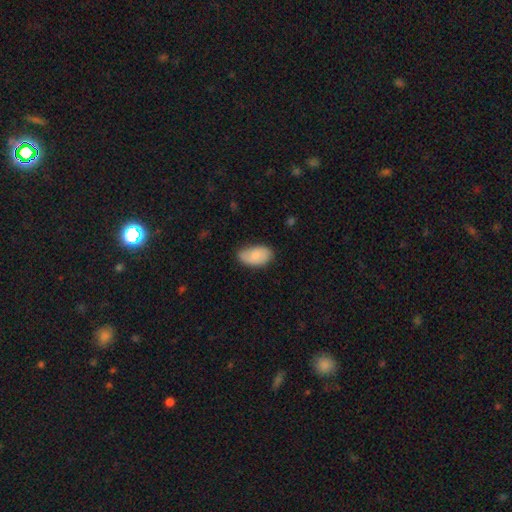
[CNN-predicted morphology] Q: Smooth or featured?
A: smooth (79%); runner-up: featured or disk (15%)
Q: How rounded?
A: in between (94%); runner-up: round (4%)
Q: Merging?
A: none (70%); runner-up: minor disturbance (24%)